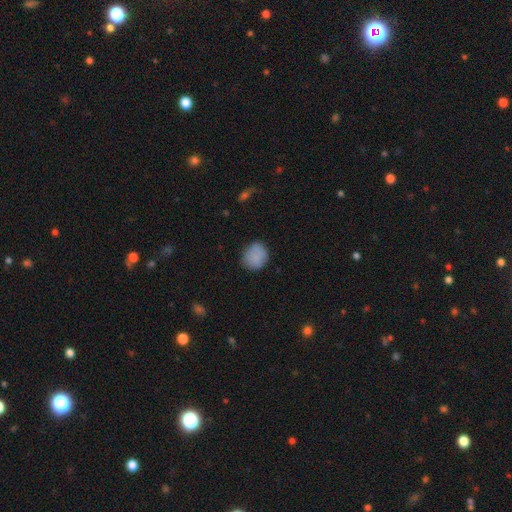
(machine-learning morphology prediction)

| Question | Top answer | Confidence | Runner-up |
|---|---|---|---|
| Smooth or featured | smooth | 86% | star or artifact (8%) |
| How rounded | round | 76% | in between (23%) |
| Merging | none | 77% | minor disturbance (18%) |